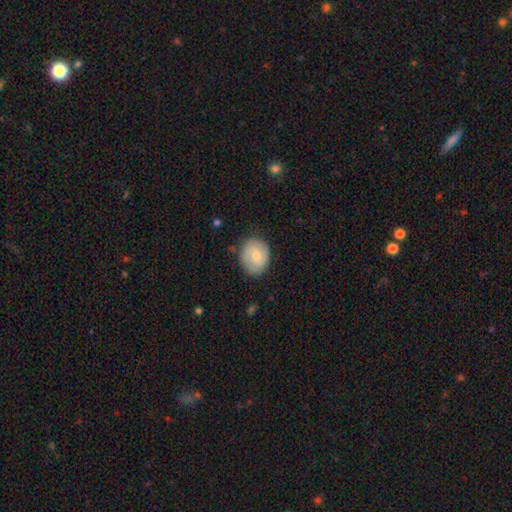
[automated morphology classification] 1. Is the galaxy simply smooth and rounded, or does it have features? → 71% smooth, 22% featured or disk, 6% star or artifact.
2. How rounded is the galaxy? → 58% round, 41% in between, 1% cigar-shaped.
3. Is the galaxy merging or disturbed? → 79% none, 16% minor disturbance, 4% major disturbance, 1% merger.